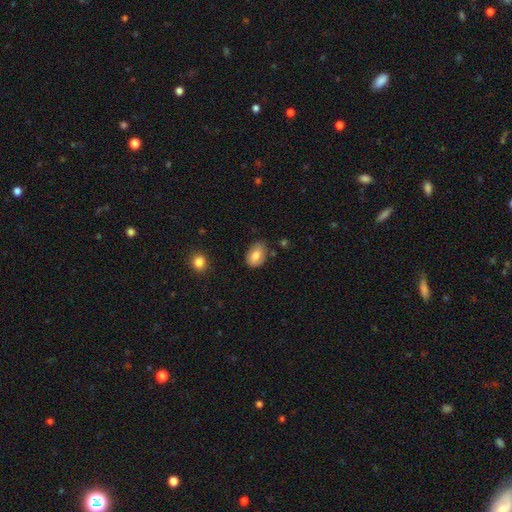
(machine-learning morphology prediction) Smooth or featured? smooth (76%)
How rounded? in between (80%)
Merging? none (73%)